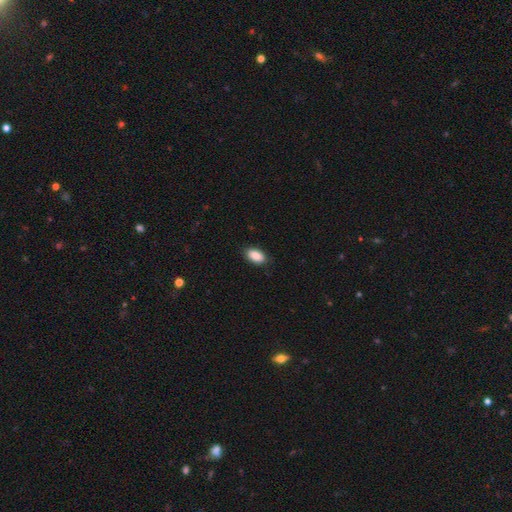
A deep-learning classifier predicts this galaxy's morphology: Overall: smooth (90%). How rounded: in between (93%). Merging: none (86%).